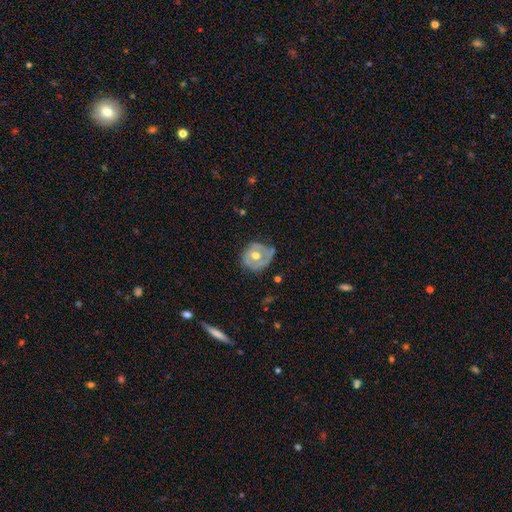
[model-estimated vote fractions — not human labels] This appears to be a featured or disk galaxy (51%). Merging: none (54%).